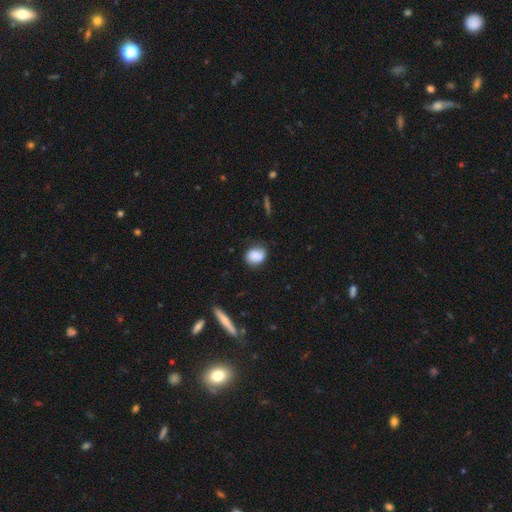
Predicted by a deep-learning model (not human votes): Smooth or featured? smooth (83%)
How rounded? round (54%)
Merging? none (71%)